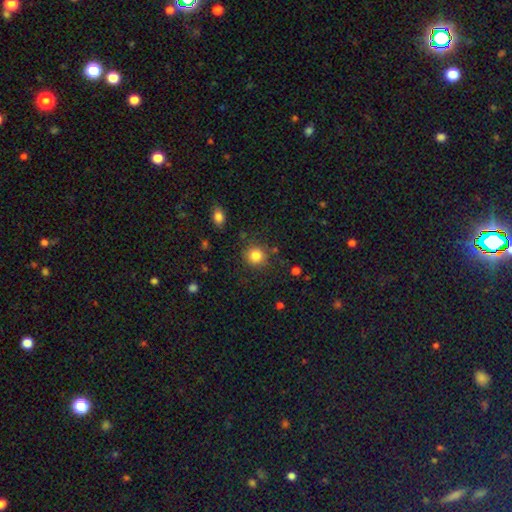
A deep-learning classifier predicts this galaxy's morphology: Smooth or featured?
  - smooth: 83% *
  - star or artifact: 11%
  - featured or disk: 6%
How rounded?
  - round: 90% *
  - in between: 9%
  - cigar-shaped: 1%
Merging?
  - none: 85% *
  - minor disturbance: 9%
  - major disturbance: 3%
  - merger: 3%